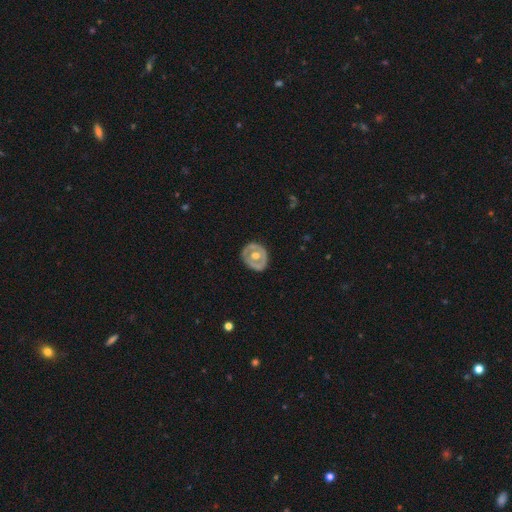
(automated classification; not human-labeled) Smooth or featured?
  - featured or disk: 59% *
  - smooth: 36%
  - star or artifact: 5%
Edge-on disk?
  - no: 93% *
  - yes: 7%
Bar?
  - no: 80% *
  - weak: 14%
  - strong: 6%
Spiral arms?
  - no: 88% *
  - yes: 12%
Bulge size?
  - moderate: 74% *
  - large: 16%
  - small: 8%
  - none: 1%
  - dominant: 1%
Merging?
  - none: 80% *
  - minor disturbance: 15%
  - major disturbance: 4%
  - merger: 1%